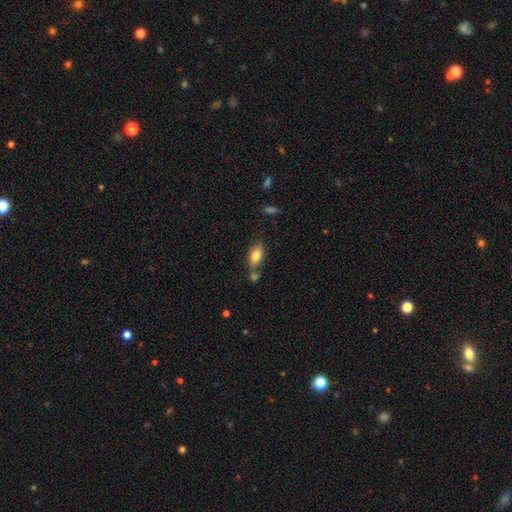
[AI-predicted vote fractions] smooth_or_featured: smooth (p=0.79) [alt: featured or disk p=0.14]
how_rounded: in between (p=0.88) [alt: cigar-shaped p=0.08]
merging: none (p=0.62) [alt: merger p=0.20]